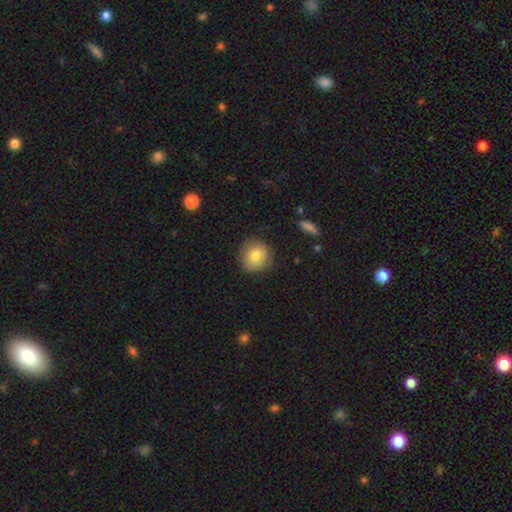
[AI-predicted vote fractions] The model was most divided on "merging": none: 82%, minor disturbance: 13%, major disturbance: 3%, merger: 1%. More confident: how rounded — round (88%); smooth or featured — smooth (81%).